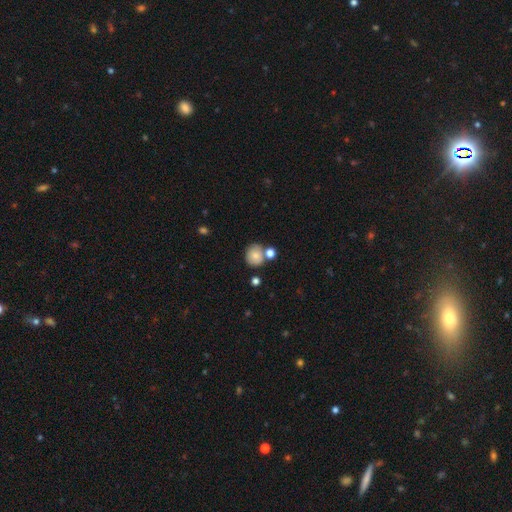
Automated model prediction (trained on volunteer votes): A smooth galaxy with no disk features (78%) that is round (85%). Merging: none (63%).